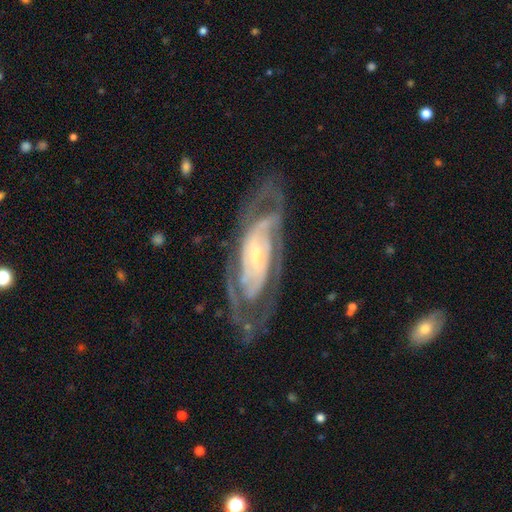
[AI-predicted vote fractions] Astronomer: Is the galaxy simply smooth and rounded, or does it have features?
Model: featured or disk — 88%.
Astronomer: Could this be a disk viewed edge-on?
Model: no — 91%.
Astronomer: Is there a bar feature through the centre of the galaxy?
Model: no — 50% (runner-up: weak, 33%).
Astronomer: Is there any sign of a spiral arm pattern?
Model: yes — 95%.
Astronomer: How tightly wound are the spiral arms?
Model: tight — 59%.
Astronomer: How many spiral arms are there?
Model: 2 — 40% (runner-up: can't tell, 25%).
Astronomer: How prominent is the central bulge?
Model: small — 70%.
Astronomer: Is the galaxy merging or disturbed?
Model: none — 70%.